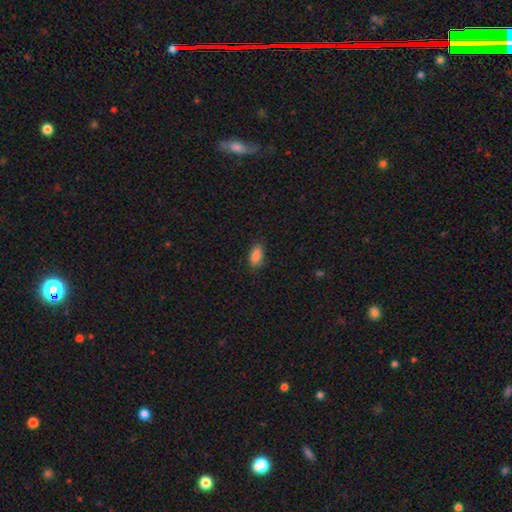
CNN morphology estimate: Q: Smooth or featured?
A: smooth (87%); runner-up: star or artifact (8%)
Q: How rounded?
A: in between (90%); runner-up: cigar-shaped (7%)
Q: Merging?
A: none (81%); runner-up: minor disturbance (15%)